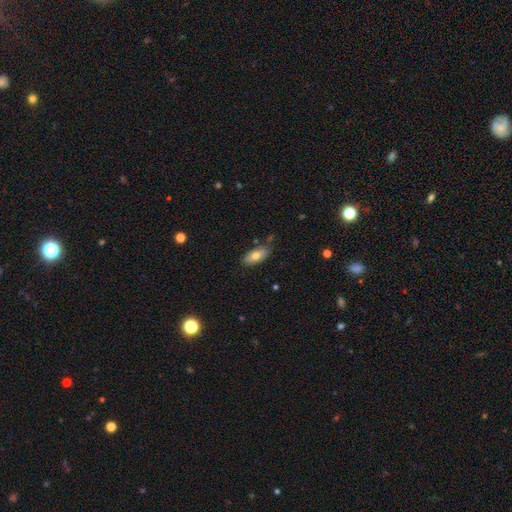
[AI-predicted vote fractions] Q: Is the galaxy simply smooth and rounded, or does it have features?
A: smooth — 75%.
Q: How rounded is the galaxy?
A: in between — 88%.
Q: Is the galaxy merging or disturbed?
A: none — 77%.